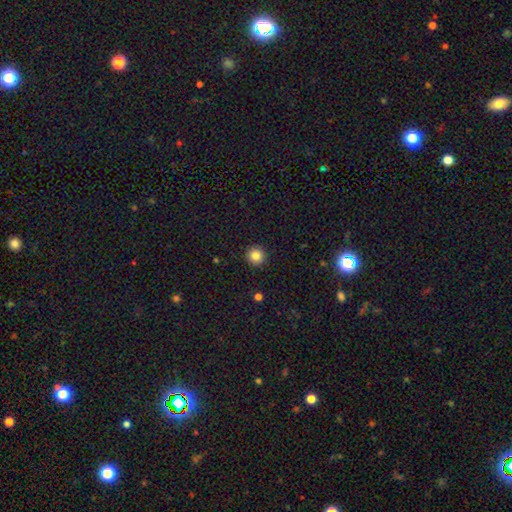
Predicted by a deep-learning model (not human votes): This is clearly a smooth galaxy (84%). How rounded: clearly round (95%). Merging: clearly none (93%).